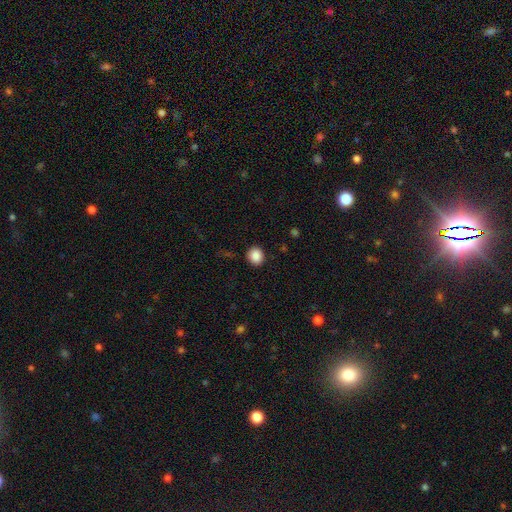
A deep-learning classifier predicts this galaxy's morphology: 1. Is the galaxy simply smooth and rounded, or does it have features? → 88% smooth, 9% star or artifact, 3% featured or disk.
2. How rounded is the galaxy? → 83% round, 16% in between, 1% cigar-shaped.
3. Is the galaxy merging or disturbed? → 91% none, 6% minor disturbance, 2% major disturbance, 1% merger.